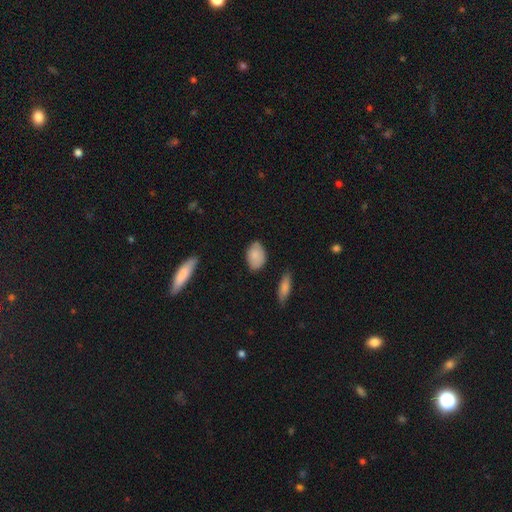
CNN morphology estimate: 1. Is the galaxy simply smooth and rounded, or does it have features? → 85% smooth, 9% featured or disk, 7% star or artifact.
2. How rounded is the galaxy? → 82% in between, 17% round, 2% cigar-shaped.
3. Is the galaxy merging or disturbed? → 75% none, 19% minor disturbance, 3% major disturbance, 2% merger.